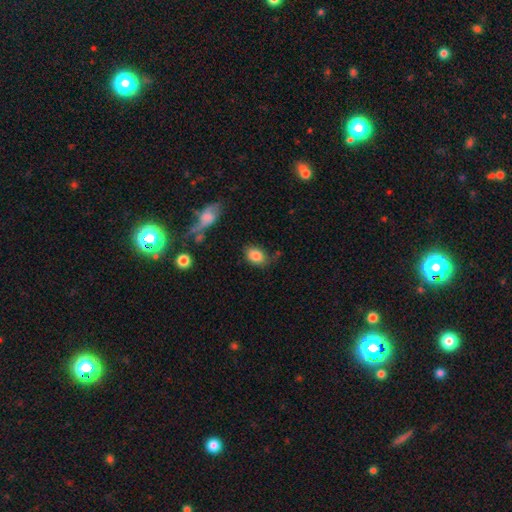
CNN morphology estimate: This appears to be a smooth galaxy with no disk features (85%) that is in between round and cigar-shaped (77%). Merging: none (59%).